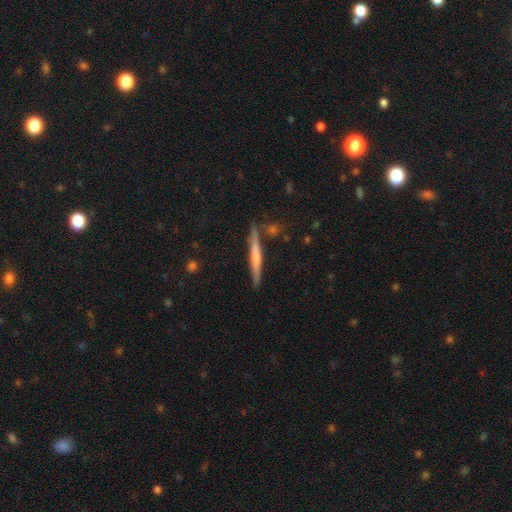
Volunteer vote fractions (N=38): Overall: featured or disk (53%; smooth 42%). Edge-on disk: yes (100%). Edge-on bulge: rounded (55%; none 35%). Merging: none (89%).